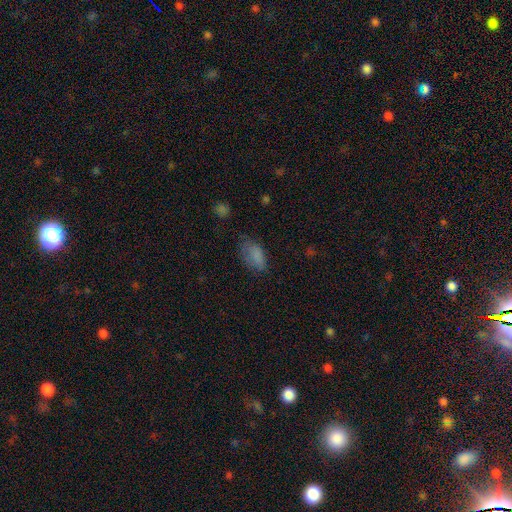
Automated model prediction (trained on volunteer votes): Smooth or featured?
  - smooth: 80% *
  - star or artifact: 11%
  - featured or disk: 9%
How rounded?
  - in between: 92% *
  - round: 5%
  - cigar-shaped: 3%
Merging?
  - none: 57% *
  - minor disturbance: 30%
  - major disturbance: 11%
  - merger: 2%